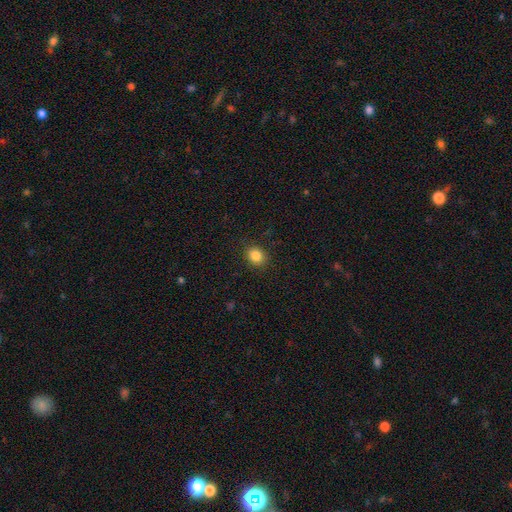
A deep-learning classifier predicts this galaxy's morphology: Smooth or featured? Predicted: smooth (p=0.85). How rounded? Predicted: round (p=0.62). Merging? Predicted: none (p=0.89).